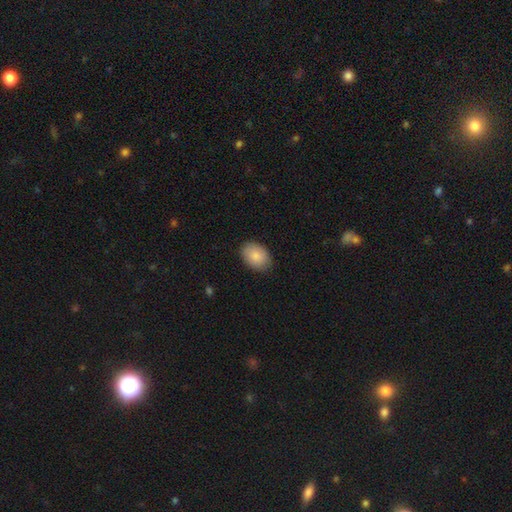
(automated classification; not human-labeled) Smooth or featured: smooth — 88% (featured or disk — 6%)
How rounded: in between — 81% (round — 18%)
Merging: none — 85% (minor disturbance — 11%)